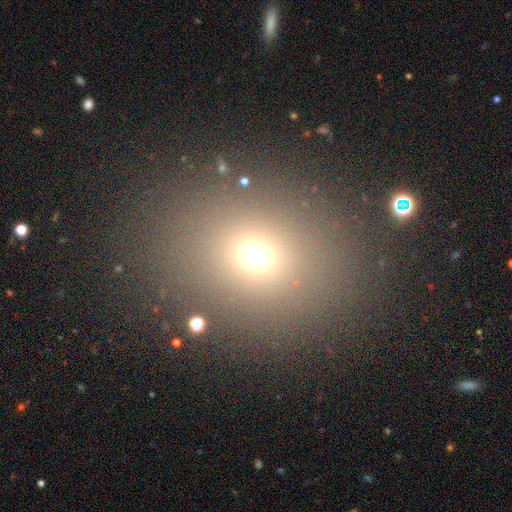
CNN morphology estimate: The model was most divided on "how rounded": round: 60%, in between: 39%, cigar-shaped: 1%. More confident: merging — none (84%); smooth or featured — smooth (67%).